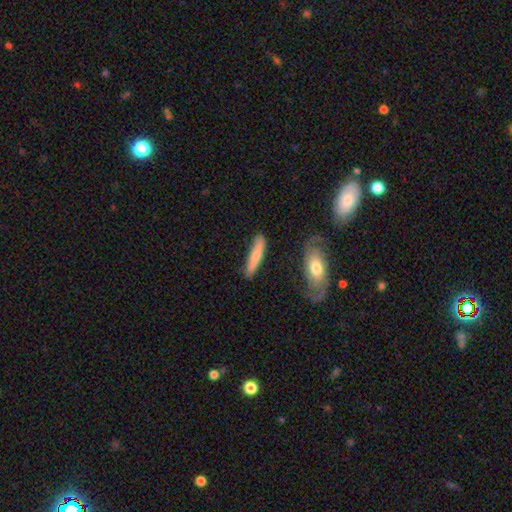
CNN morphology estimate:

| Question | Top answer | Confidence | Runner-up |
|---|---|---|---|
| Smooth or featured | smooth | 66% | featured or disk (29%) |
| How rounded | cigar-shaped | 83% | in between (15%) |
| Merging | none | 82% | minor disturbance (12%) |